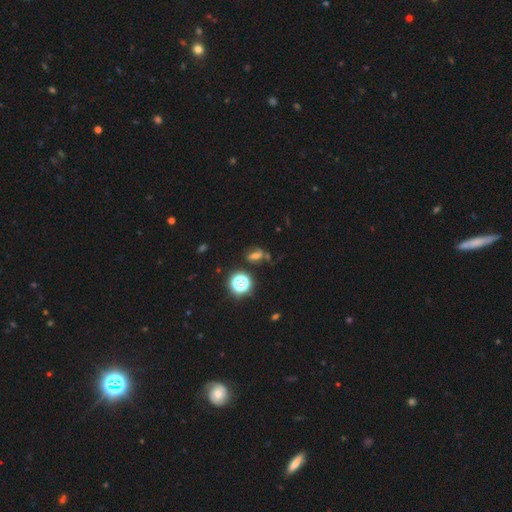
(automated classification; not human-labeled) smooth_or_featured: smooth (p=0.34) [tied with: star or artifact p=0.34]
merging: none (p=0.57) [alt: minor disturbance p=0.20]